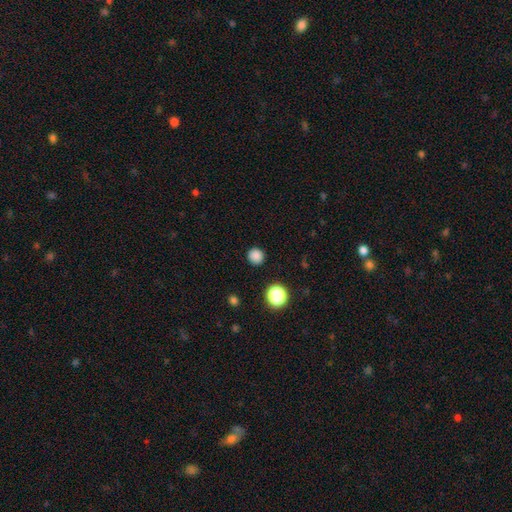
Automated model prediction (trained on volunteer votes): Smooth or featured? smooth (84%)
How rounded? round (93%)
Merging? none (91%)